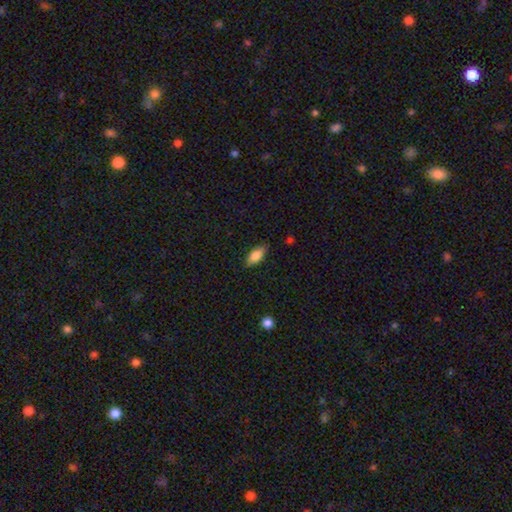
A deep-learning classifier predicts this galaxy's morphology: A smooth galaxy with no disk features (80%) that is in between round and cigar-shaped (85%). Merging: none (82%).